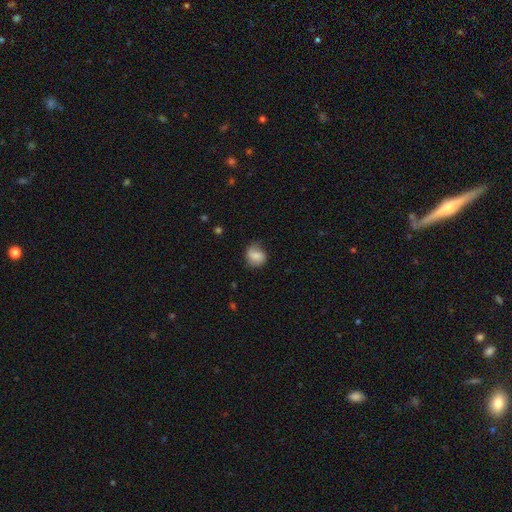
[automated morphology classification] Smooth or featured? smooth (71%)
How rounded? round (67%)
Merging? none (65%)